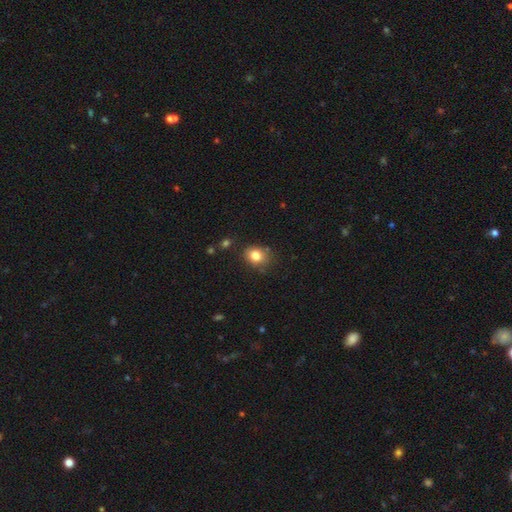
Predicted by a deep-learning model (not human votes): smooth-or-featured: smooth: 82% | star or artifact: 11% | featured or disk: 8%
  how-rounded: round: 59% | in between: 40% | cigar-shaped: 1%
  merging: none: 75% | minor disturbance: 17% | major disturbance: 4% | merger: 4%